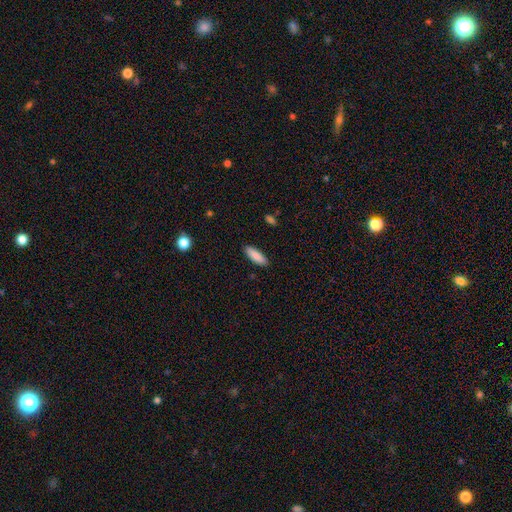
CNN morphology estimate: A smooth galaxy with no disk features (89%) that is in between round and cigar-shaped (54%). Merging: none (90%).